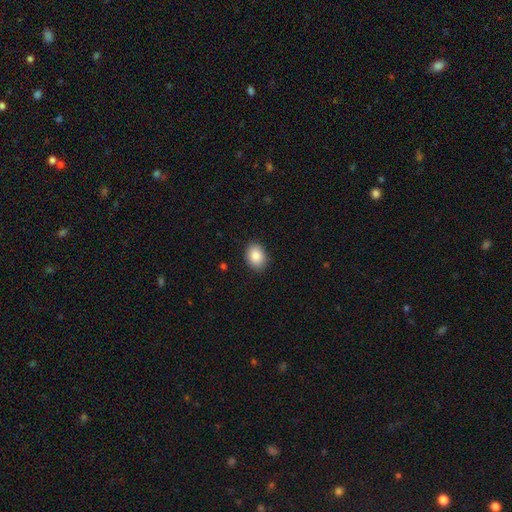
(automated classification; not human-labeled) This appears to be a smooth galaxy with no disk features (87%) that is in between round and cigar-shaped (67%). Merging: none (89%).